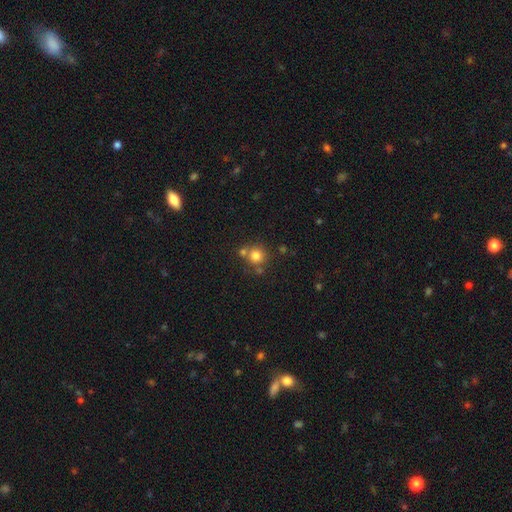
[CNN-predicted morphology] smooth_or_featured: smooth (p=0.78) [alt: star or artifact p=0.13]
how_rounded: round (p=0.90) [alt: in between p=0.09]
merging: none (p=0.63) [alt: merger p=0.25]